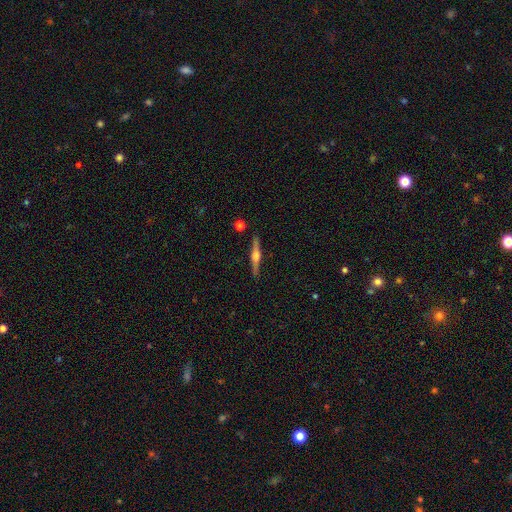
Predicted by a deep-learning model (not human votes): The model was most divided on "smooth or featured": featured or disk: 73%, smooth: 21%, star or artifact: 6%. More confident: edge-on disk — yes (98%); edge-on bulge — rounded (90%); merging — none (89%).